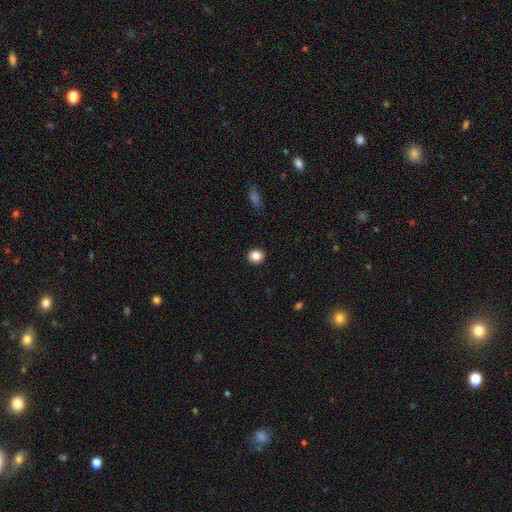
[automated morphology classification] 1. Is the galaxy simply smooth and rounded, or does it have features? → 85% smooth, 10% star or artifact, 5% featured or disk.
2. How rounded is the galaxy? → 79% round, 20% in between, 1% cigar-shaped.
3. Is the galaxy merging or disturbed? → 91% none, 7% minor disturbance, 2% major disturbance, 1% merger.